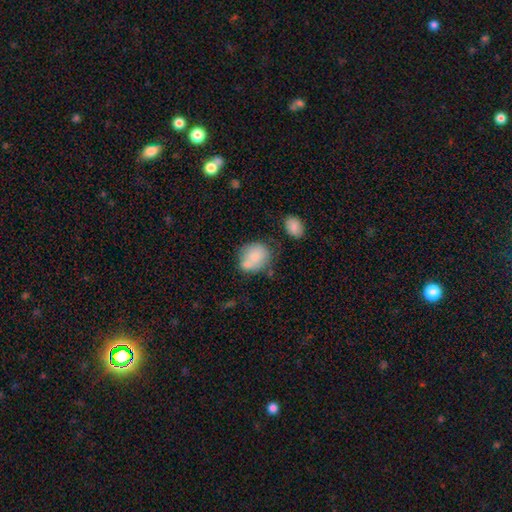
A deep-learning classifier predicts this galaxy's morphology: A smooth galaxy with no disk features (77%) that is round (61%). Merging: none (47%).